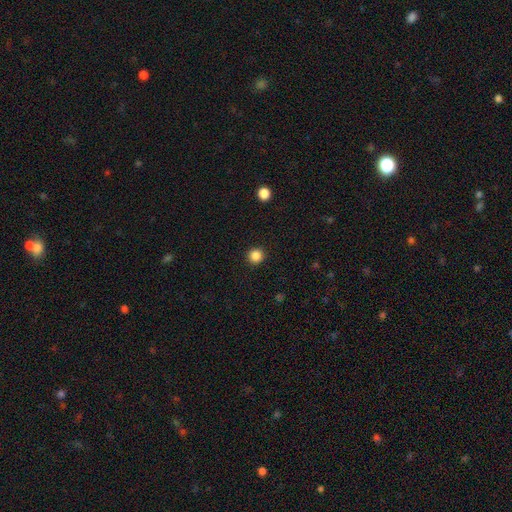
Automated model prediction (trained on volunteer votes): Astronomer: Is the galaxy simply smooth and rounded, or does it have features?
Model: smooth — 86%.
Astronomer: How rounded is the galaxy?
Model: round — 95%.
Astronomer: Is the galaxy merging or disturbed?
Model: none — 93%.